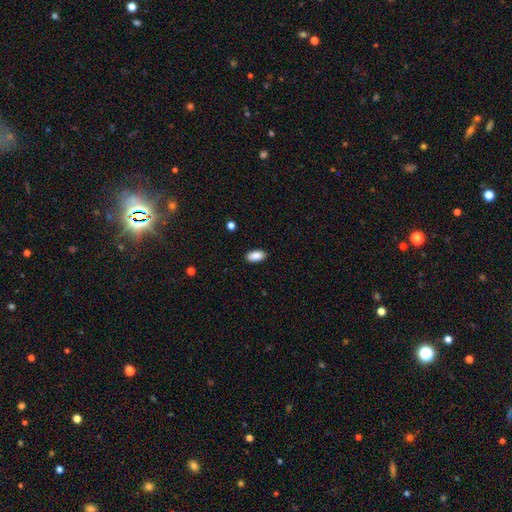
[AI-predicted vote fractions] The model was most divided on "merging": none: 89%, minor disturbance: 8%, major disturbance: 2%, merger: 1%. More confident: how rounded — in between (92%); smooth or featured — smooth (89%).